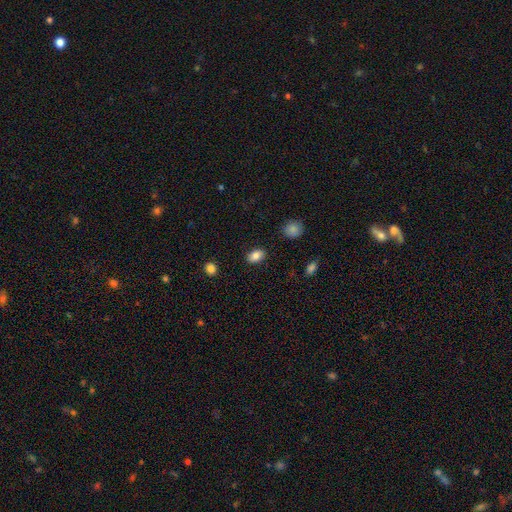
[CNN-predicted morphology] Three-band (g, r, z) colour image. It shows a smooth galaxy with no disk features (85%) that is in between round and cigar-shaped (83%). Merging: none (87%).